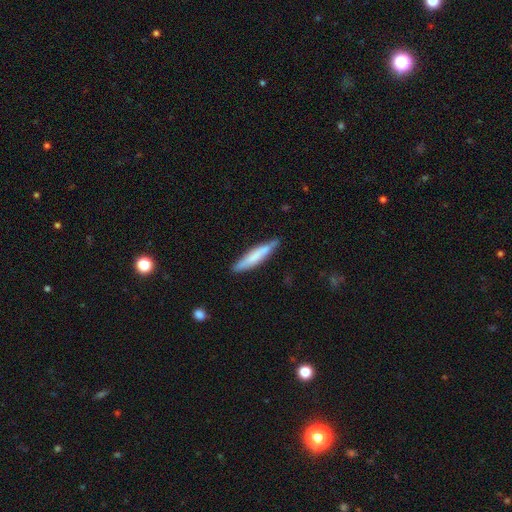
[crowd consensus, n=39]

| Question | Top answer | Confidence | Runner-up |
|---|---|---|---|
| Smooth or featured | smooth | 56% | featured or disk (33%) |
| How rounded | cigar-shaped | 95% | in between (5%) |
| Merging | none | 74% | minor disturbance (20%) |